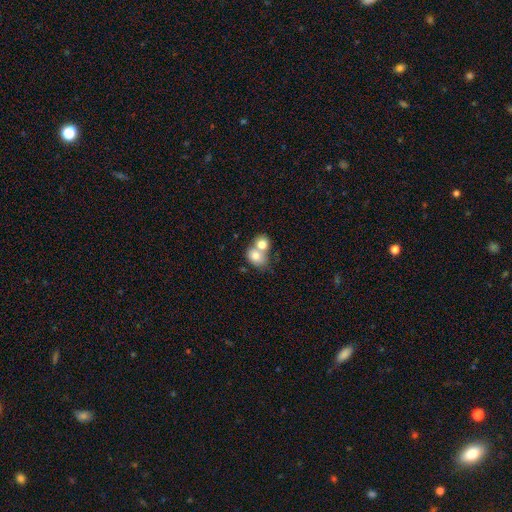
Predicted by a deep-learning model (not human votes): smooth_or_featured: smooth (p=0.75) [alt: featured or disk p=0.17]
how_rounded: round (p=0.56) [alt: in between p=0.43]
merging: merger (p=0.69) [alt: none p=0.22]